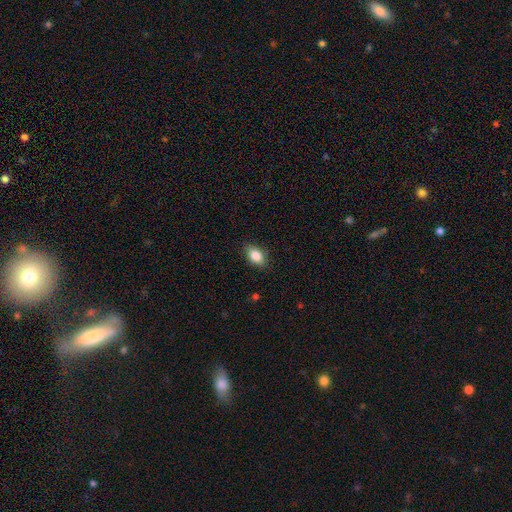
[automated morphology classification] smooth-or-featured: smooth: 85% | star or artifact: 8% | featured or disk: 7%
  how-rounded: in between: 87% | round: 11% | cigar-shaped: 3%
  merging: none: 85% | minor disturbance: 12% | major disturbance: 2% | merger: 1%